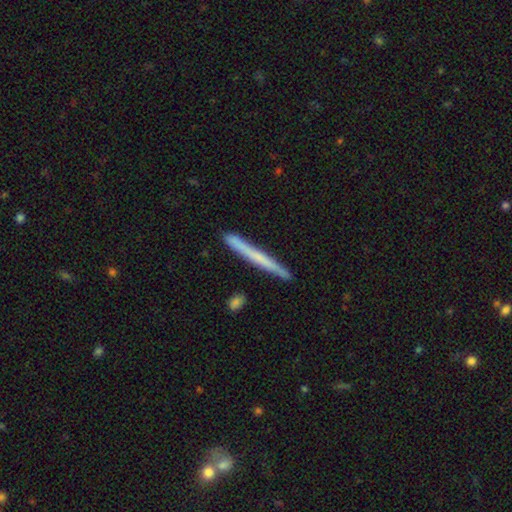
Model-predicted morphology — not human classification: This is possibly a smooth galaxy (52%). How rounded: clearly cigar-shaped (97%). Merging: clearly none (90%).